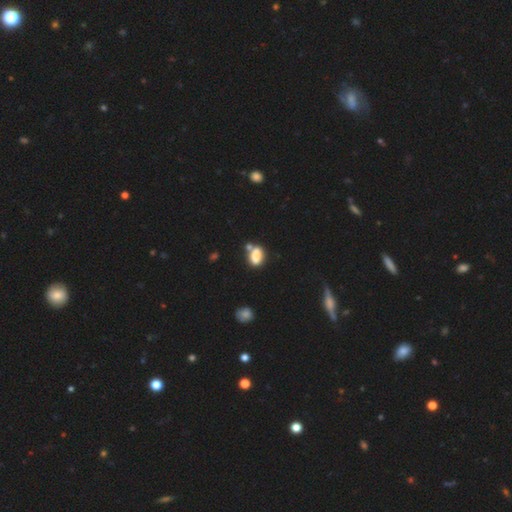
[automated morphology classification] smooth 80%, star or artifact 10%, featured or disk 9%. Down the decision tree: how rounded — in between (82%); merging — none (49%).